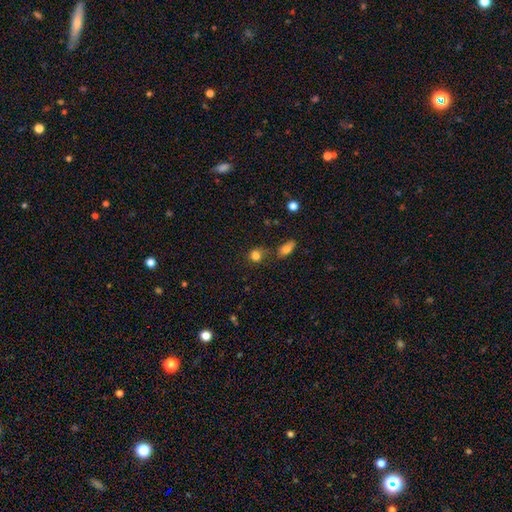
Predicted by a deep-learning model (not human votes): This appears to be a smooth galaxy with no disk features (79%) that is round (64%). Merging: none (58%).